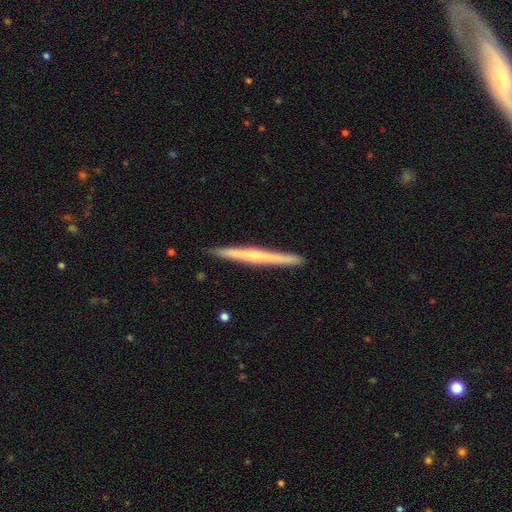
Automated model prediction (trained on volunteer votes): Smooth or featured? Predicted: featured or disk (p=0.62). Edge-on disk? Predicted: yes (p=0.98). Edge-on bulge? Predicted: none (p=0.54). Merging? Predicted: none (p=0.92).